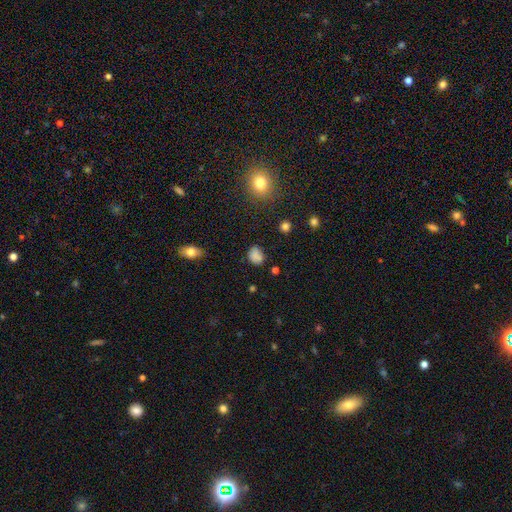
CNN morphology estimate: Smooth or featured? smooth (81%)
How rounded? in between (62%)
Merging? none (69%)